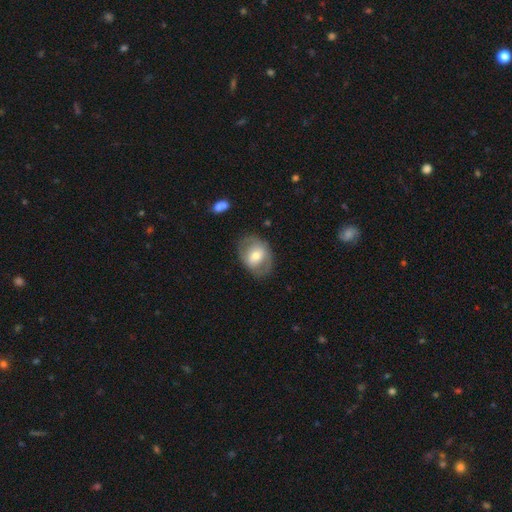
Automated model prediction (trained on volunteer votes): Morphology: type=smooth (50%); merging=none (75%).